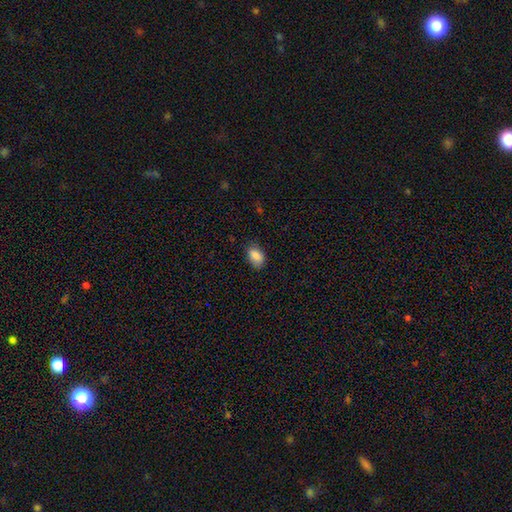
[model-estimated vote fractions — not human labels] Smooth or featured? Predicted: smooth (p=0.88). How rounded? Predicted: in between (p=0.88). Merging? Predicted: none (p=0.79).